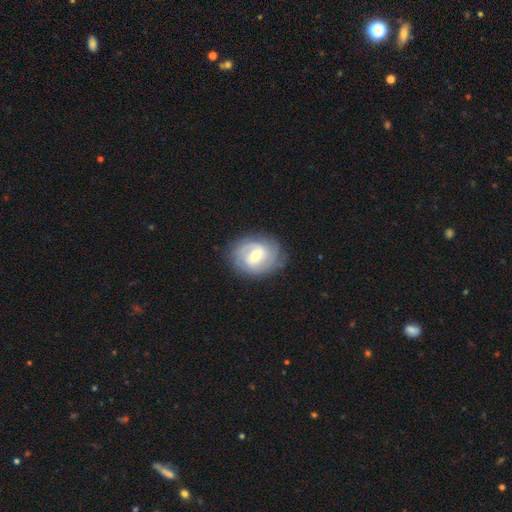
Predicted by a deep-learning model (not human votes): Overall: featured or disk (72%). Edge-on disk: no (97%). Bar: weak (52%; no 33%). Spiral arms: yes (87%). Spiral arm count: 2 (39%; can't tell 34%). Spiral winding: tight (59%; medium 30%). Bulge size: moderate (64%; small 30%). Merging: none (78%).